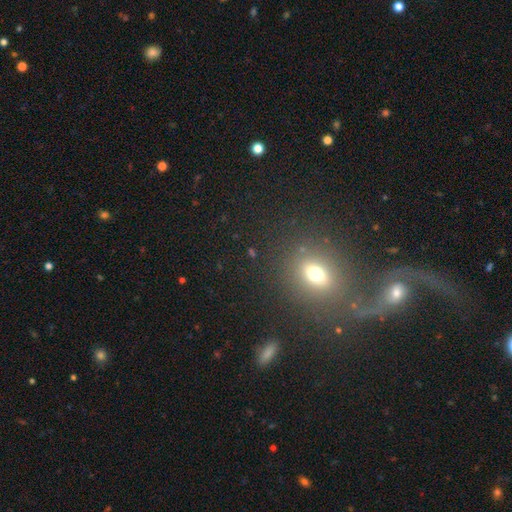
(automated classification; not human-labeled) A smooth galaxy with no disk features (51%) that is round (69%).

Vote fractions:
- Smooth or featured? smooth: 51% / featured or disk: 27% / star or artifact: 21%
- How rounded? round: 69% / in between: 29% / cigar-shaped: 2%
- Merging? merger: 44% / none: 36% / major disturbance: 11% / minor disturbance: 9%